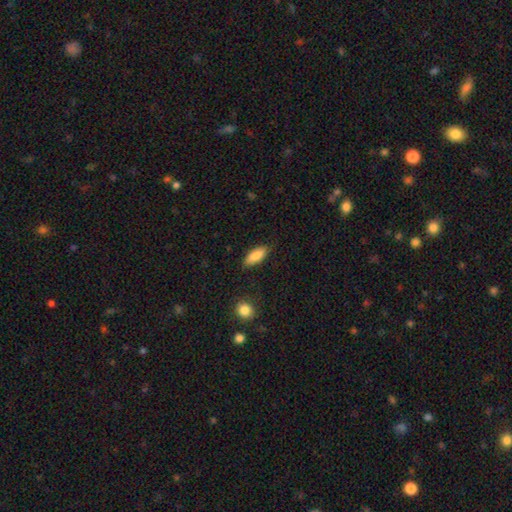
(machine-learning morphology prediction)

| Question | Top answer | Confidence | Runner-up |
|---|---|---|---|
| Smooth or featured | smooth | 86% | featured or disk (7%) |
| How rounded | in between | 78% | cigar-shaped (20%) |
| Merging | none | 82% | minor disturbance (14%) |